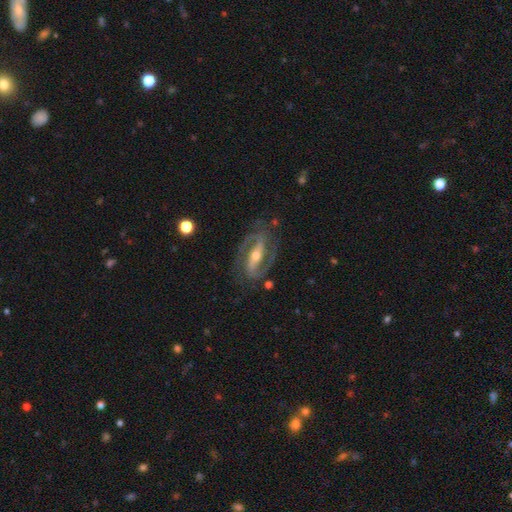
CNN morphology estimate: Overall: featured or disk (90%). Edge-on disk: no (93%). Bar: strong (68%). Spiral arms: yes (96%). Spiral arm count: 2 (92%). Spiral winding: medium (53%; tight 33%). Bulge size: moderate (54%; small 40%). Merging: none (80%).